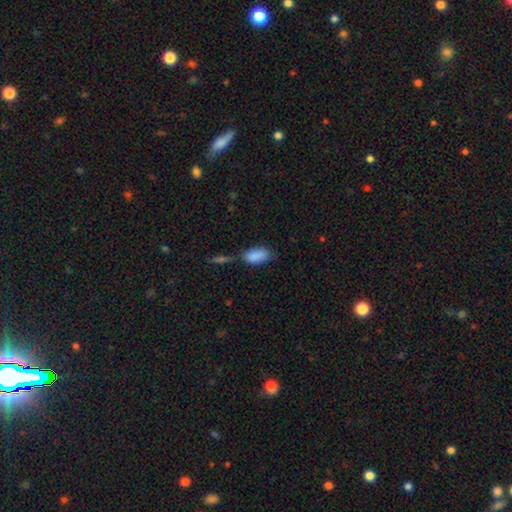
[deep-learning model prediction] Smooth or featured?
  - smooth: 86% *
  - star or artifact: 8%
  - featured or disk: 6%
How rounded?
  - in between: 91% *
  - cigar-shaped: 5%
  - round: 4%
Merging?
  - none: 49% *
  - minor disturbance: 24%
  - merger: 19%
  - major disturbance: 8%